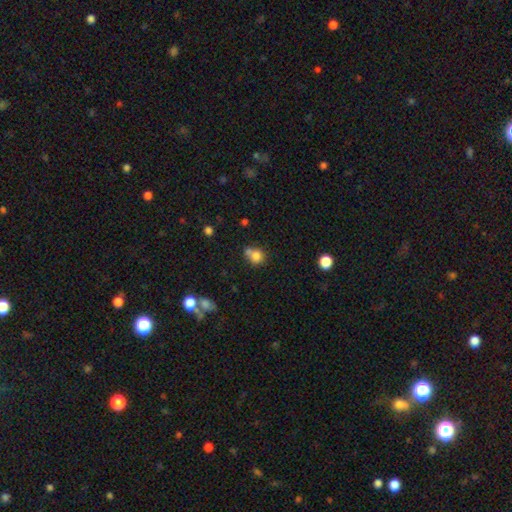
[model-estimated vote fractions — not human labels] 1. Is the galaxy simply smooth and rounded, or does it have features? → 79% smooth, 12% star or artifact, 9% featured or disk.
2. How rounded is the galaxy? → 73% round, 26% in between, 1% cigar-shaped.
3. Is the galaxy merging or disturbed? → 43% none, 34% merger, 17% minor disturbance, 6% major disturbance.